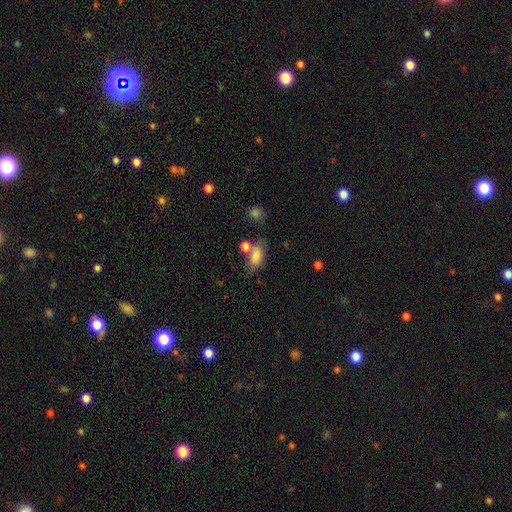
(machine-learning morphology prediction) A smooth galaxy with no disk features (80%) that is in between round and cigar-shaped (86%). Merging: none (48%).